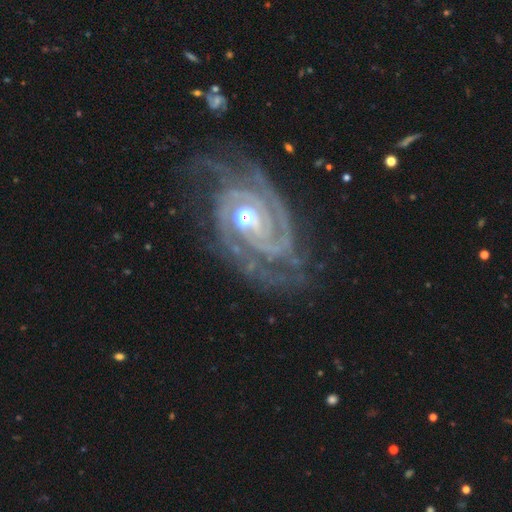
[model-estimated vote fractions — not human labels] Q: Smooth or featured?
A: featured or disk (92%); runner-up: star or artifact (5%)
Q: Edge-on disk?
A: no (97%); runner-up: yes (3%)
Q: Bar?
A: no (49%); runner-up: weak (30%)
Q: Spiral arms?
A: yes (98%); runner-up: no (2%)
Q: Spiral winding?
A: tight (68%); runner-up: medium (28%)
Q: Spiral arm count?
A: 2 (32%); runner-up: 3 (28%)
Q: Bulge size?
A: moderate (65%); runner-up: small (26%)
Q: Merging?
A: none (76%); runner-up: minor disturbance (15%)